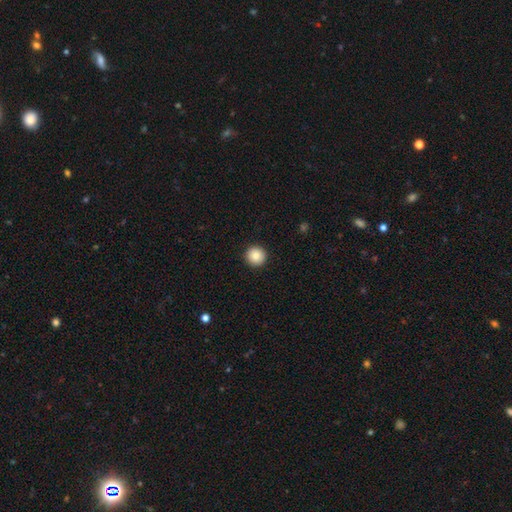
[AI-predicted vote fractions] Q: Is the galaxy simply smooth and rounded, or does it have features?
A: smooth — 85%.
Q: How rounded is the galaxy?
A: round — 96%.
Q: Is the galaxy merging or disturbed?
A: none — 93%.